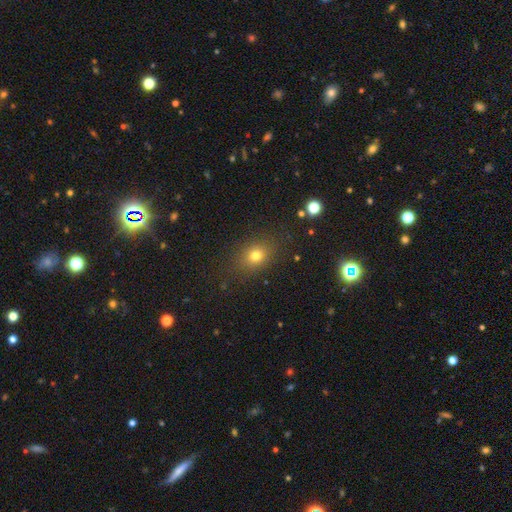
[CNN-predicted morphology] This appears to be a smooth galaxy with no disk features (75%) that is in between round and cigar-shaped (53%). Merging: none (84%).